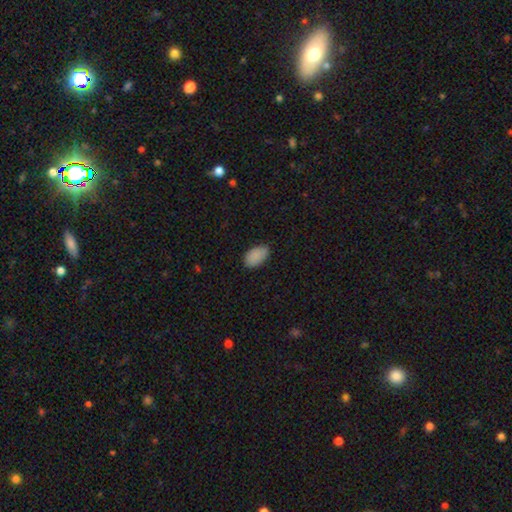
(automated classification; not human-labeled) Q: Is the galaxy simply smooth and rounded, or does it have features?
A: smooth — 89%.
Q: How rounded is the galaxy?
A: in between — 93%.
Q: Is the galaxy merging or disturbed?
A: none — 80%.